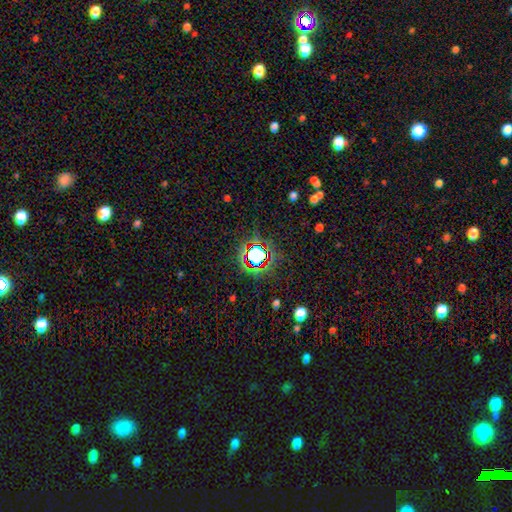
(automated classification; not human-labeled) The model was most divided on "smooth or featured": star or artifact: 66%, smooth: 24%, featured or disk: 11%.